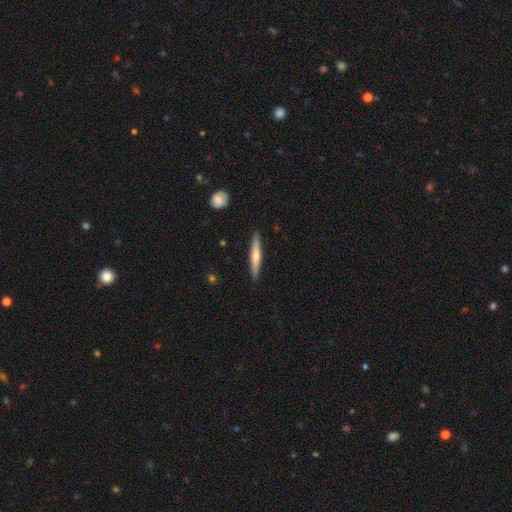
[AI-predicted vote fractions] Overall: smooth (50%; featured or disk 45%). How rounded: cigar-shaped (93%). Merging: none (90%).